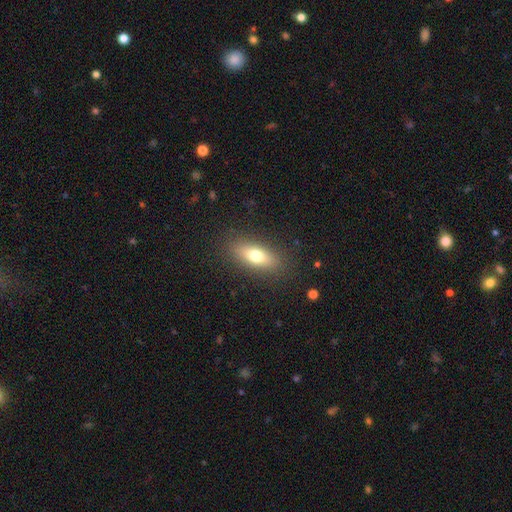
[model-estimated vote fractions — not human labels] Q: Smooth or featured?
A: smooth (70%); runner-up: featured or disk (21%)
Q: How rounded?
A: in between (68%); runner-up: cigar-shaped (26%)
Q: Merging?
A: none (87%); runner-up: minor disturbance (9%)